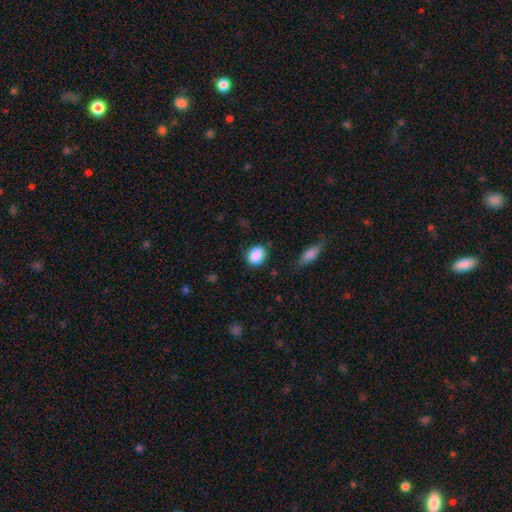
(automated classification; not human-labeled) A smooth galaxy with no disk features (89%) that is round (50%).

Vote fractions:
- Smooth or featured? smooth: 89% / star or artifact: 8% / featured or disk: 4%
- How rounded? round: 50% / in between: 49% / cigar-shaped: 1%
- Merging? none: 81% / minor disturbance: 13% / major disturbance: 4% / merger: 2%